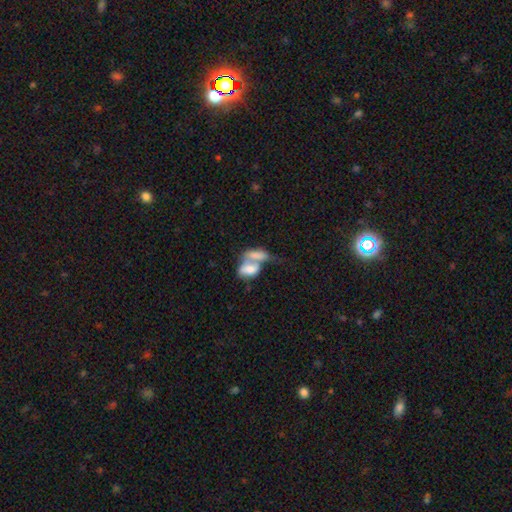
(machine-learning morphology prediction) Q: Smooth or featured?
A: smooth (65%); runner-up: featured or disk (27%)
Q: How rounded?
A: in between (84%); runner-up: round (11%)
Q: Merging?
A: merger (73%); runner-up: none (12%)